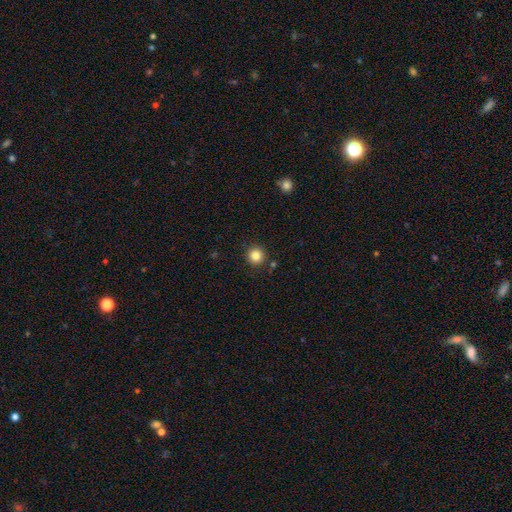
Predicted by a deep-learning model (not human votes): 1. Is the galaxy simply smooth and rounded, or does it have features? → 83% smooth, 12% star or artifact, 5% featured or disk.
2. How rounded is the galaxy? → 95% round, 4% in between, 1% cigar-shaped.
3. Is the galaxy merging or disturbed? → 90% none, 6% minor disturbance, 3% merger, 2% major disturbance.